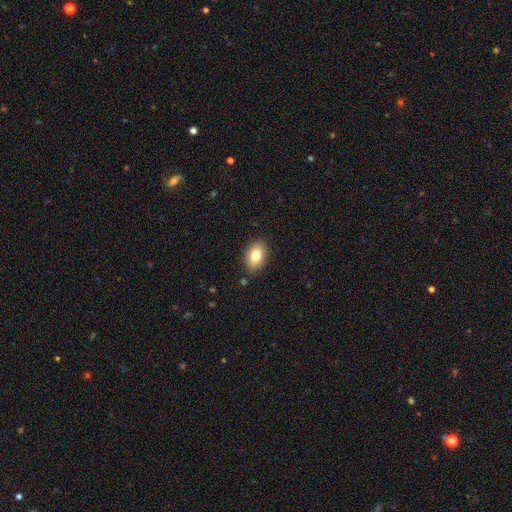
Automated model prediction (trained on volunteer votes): A smooth galaxy with no disk features (81%) that is in between round and cigar-shaped (87%).

Vote fractions:
- Smooth or featured? smooth: 81% / featured or disk: 11% / star or artifact: 8%
- How rounded? in between: 87% / round: 12% / cigar-shaped: 1%
- Merging? none: 86% / minor disturbance: 10% / major disturbance: 2% / merger: 2%